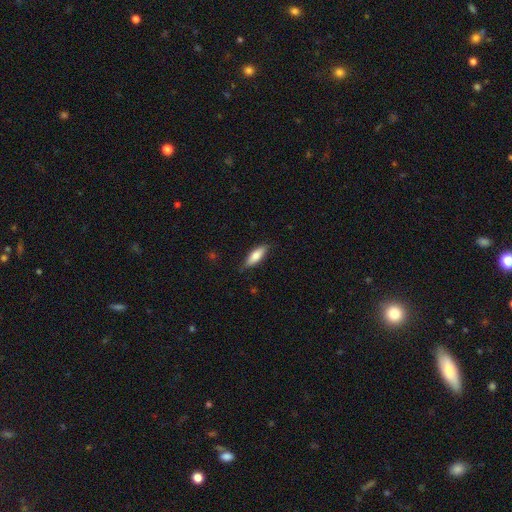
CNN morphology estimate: Q: Smooth or featured?
A: smooth (77%); runner-up: featured or disk (17%)
Q: How rounded?
A: in between (61%); runner-up: cigar-shaped (37%)
Q: Merging?
A: none (80%); runner-up: minor disturbance (16%)